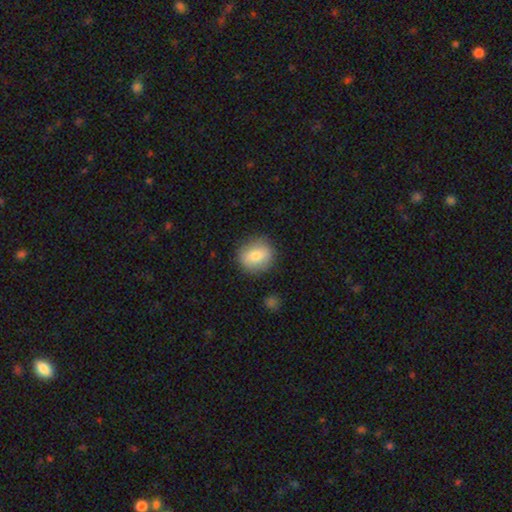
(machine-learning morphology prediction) Q: Smooth or featured?
A: smooth (76%); runner-up: featured or disk (16%)
Q: How rounded?
A: round (79%); runner-up: in between (19%)
Q: Merging?
A: none (85%); runner-up: minor disturbance (11%)